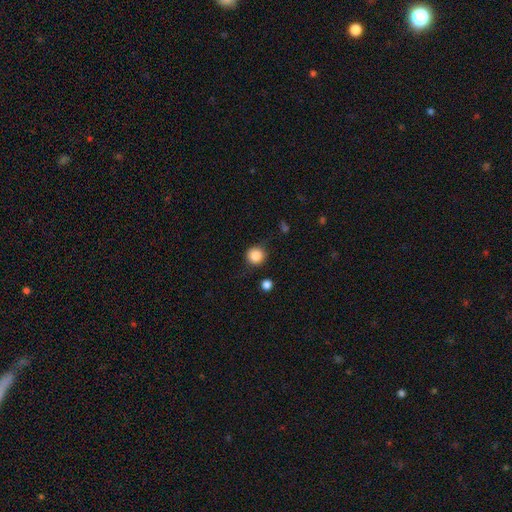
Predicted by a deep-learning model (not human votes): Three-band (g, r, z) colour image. It shows a smooth galaxy with no disk features (85%) that is round (93%). Merging: none (83%).